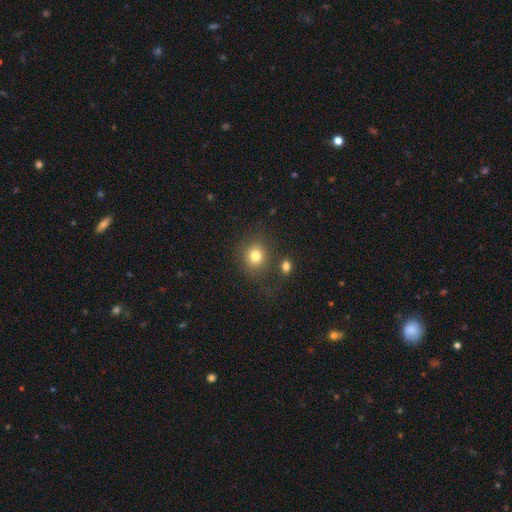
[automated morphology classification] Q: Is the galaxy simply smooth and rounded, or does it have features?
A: smooth — 79%.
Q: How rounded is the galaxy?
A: round — 80%.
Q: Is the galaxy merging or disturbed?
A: none — 71%.